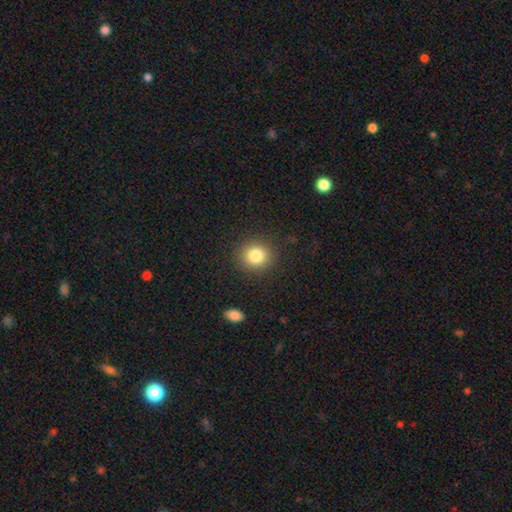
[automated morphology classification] smooth 82%, star or artifact 11%, featured or disk 7%. Down the decision tree: how rounded — round (87%); merging — none (89%).